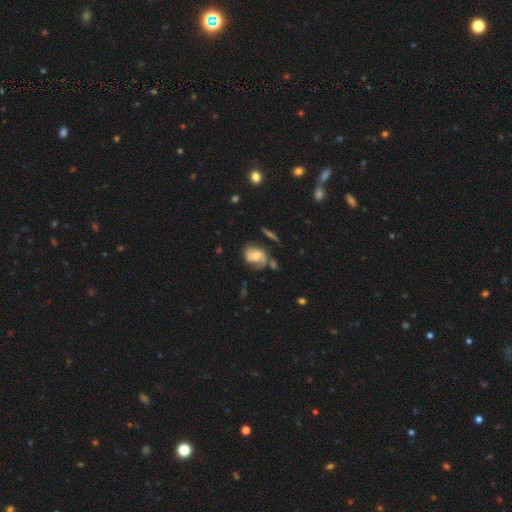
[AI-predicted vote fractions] Smooth or featured? Predicted: featured or disk (p=0.63). Edge-on disk? Predicted: no (p=0.96). Bar? Predicted: no (p=0.67). Spiral arms? Predicted: yes (p=0.88). Spiral winding? Predicted: medium (p=0.41). Spiral arm count? Predicted: 2 (p=0.51). Bulge size? Predicted: moderate (p=0.52). Merging? Predicted: none (p=0.48).